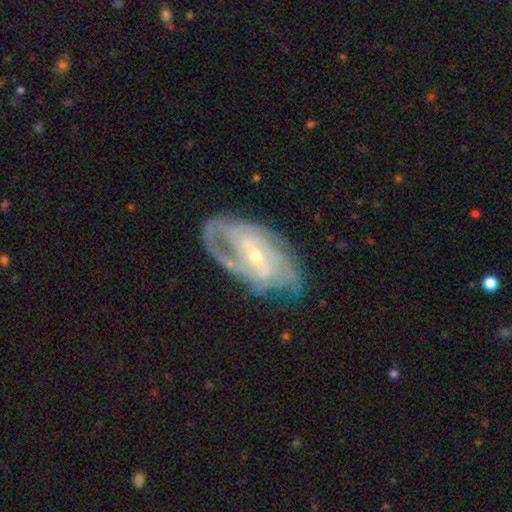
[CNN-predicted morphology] Smooth or featured? Predicted: featured or disk (p=0.88). Edge-on disk? Predicted: no (p=0.95). Bar? Predicted: weak (p=0.46). Spiral arms? Predicted: yes (p=0.95). Spiral winding? Predicted: tight (p=0.48). Spiral arm count? Predicted: 2 (p=0.43). Bulge size? Predicted: small (p=0.61). Merging? Predicted: none (p=0.64).